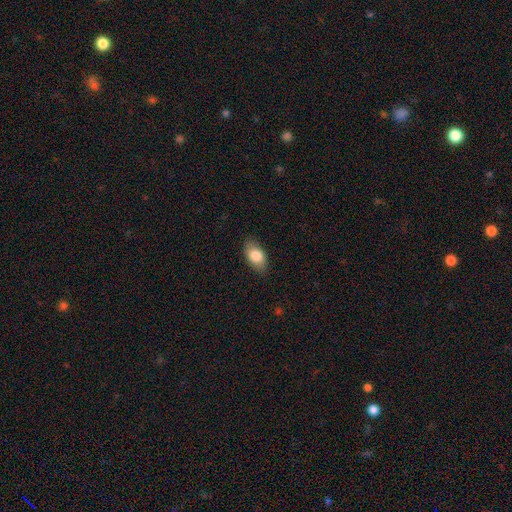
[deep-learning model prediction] This appears to be a smooth galaxy with no disk features (83%) that is in between round and cigar-shaped (91%). Merging: none (85%).